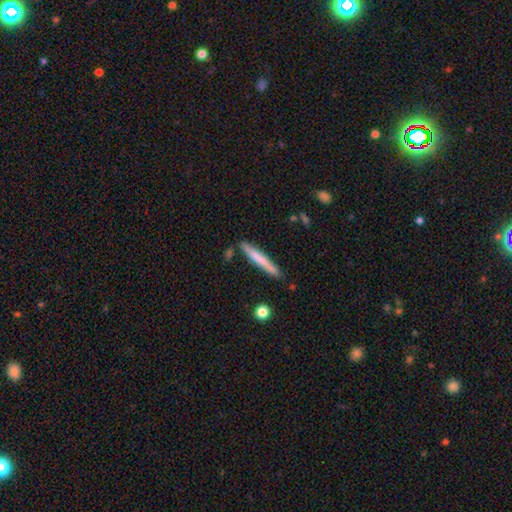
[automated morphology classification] type=smooth (63%); roundness=cigar-shaped (96%); merging=none (84%).